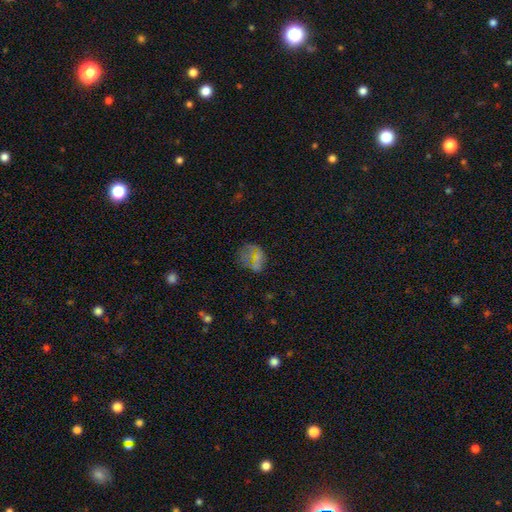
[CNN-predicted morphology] This appears to be a smooth galaxy with no disk features (45%). Merging: none (60%).